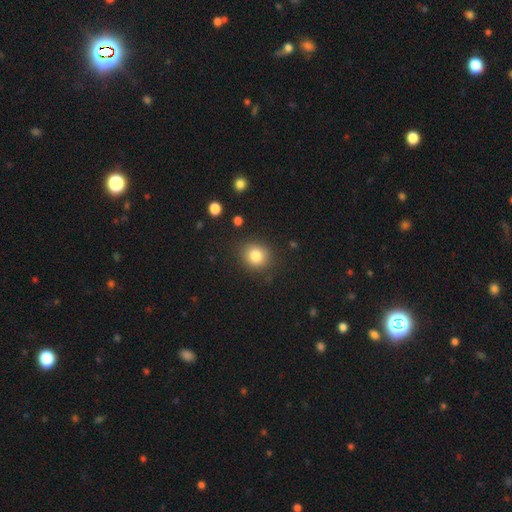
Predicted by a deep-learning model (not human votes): The model was most divided on "how rounded": round: 82%, in between: 17%, cigar-shaped: 1%. More confident: merging — none (84%); smooth or featured — smooth (83%).